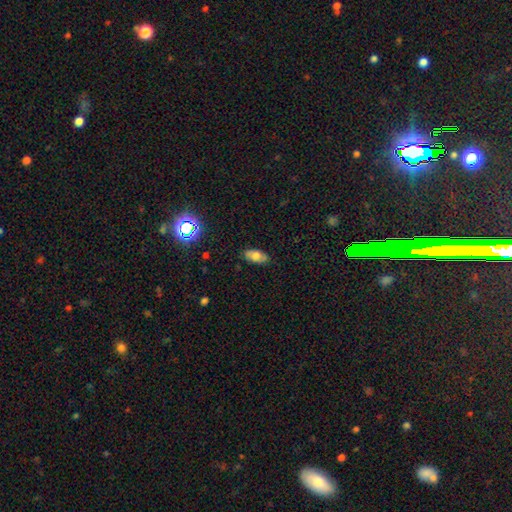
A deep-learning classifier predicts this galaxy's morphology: A smooth galaxy with no disk features (74%) that is in between round and cigar-shaped (90%).

Vote fractions:
- Smooth or featured? smooth: 74% / featured or disk: 15% / star or artifact: 11%
- How rounded? in between: 90% / cigar-shaped: 6% / round: 4%
- Merging? none: 84% / minor disturbance: 12% / major disturbance: 2% / merger: 1%